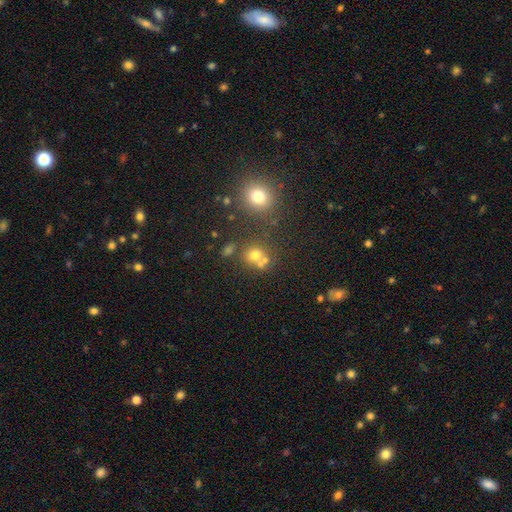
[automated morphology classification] This is likely a smooth galaxy (63%). How rounded: clearly round (82%). Merging: possibly none (58%).